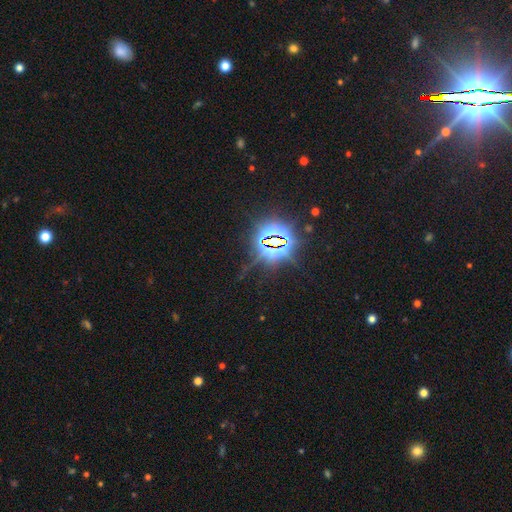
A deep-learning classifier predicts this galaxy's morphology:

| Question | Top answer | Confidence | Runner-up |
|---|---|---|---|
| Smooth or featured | star or artifact | 85% | smooth (8%) |